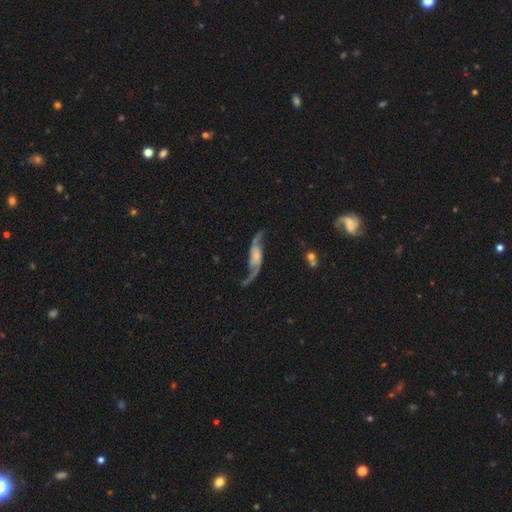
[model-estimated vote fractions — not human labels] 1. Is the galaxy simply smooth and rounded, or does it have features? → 87% featured or disk, 8% smooth, 5% star or artifact.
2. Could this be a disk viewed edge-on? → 91% no, 9% yes.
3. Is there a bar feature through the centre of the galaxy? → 55% no, 31% weak, 14% strong.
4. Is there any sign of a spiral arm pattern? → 95% yes, 5% no.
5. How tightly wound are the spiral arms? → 85% loose, 11% medium, 3% tight.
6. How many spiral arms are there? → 92% 2, 3% 1, 2% can't tell, 1% 3, 1% 4, 1% more than 4.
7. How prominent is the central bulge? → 55% small, 21% moderate, 18% none, 4% large, 2% dominant.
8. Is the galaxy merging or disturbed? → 64% none, 17% minor disturbance, 14% major disturbance, 4% merger.